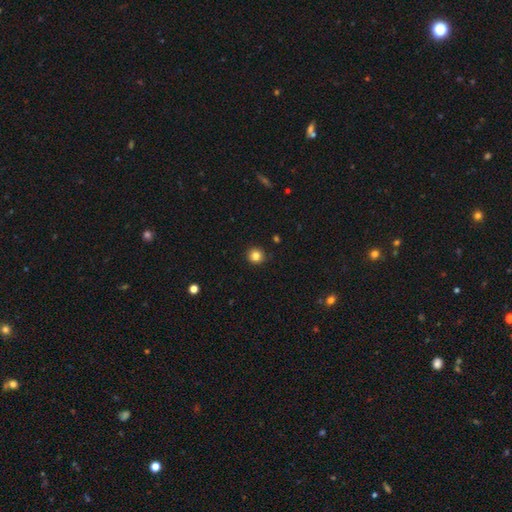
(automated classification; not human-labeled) A smooth galaxy with no disk features (83%) that is round (93%).

Vote fractions:
- Smooth or featured? smooth: 83% / star or artifact: 12% / featured or disk: 5%
- How rounded? round: 93% / in between: 6% / cigar-shaped: 1%
- Merging? none: 88% / minor disturbance: 9% / major disturbance: 2% / merger: 1%